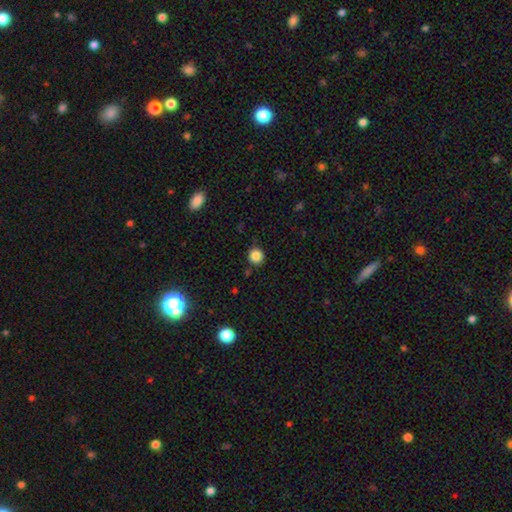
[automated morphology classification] Smooth or featured?
  - smooth: 85% *
  - star or artifact: 11%
  - featured or disk: 4%
How rounded?
  - round: 92% *
  - in between: 7%
  - cigar-shaped: 1%
Merging?
  - none: 86% *
  - minor disturbance: 9%
  - merger: 3%
  - major disturbance: 2%